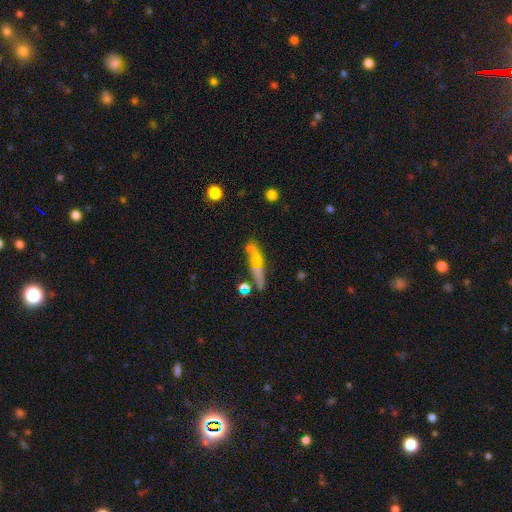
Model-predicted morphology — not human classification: A smooth galaxy with no disk features (53%) that is cigar-shaped (64%).

Vote fractions:
- Smooth or featured? smooth: 53% / featured or disk: 33% / star or artifact: 14%
- How rounded? cigar-shaped: 64% / in between: 29% / round: 7%
- Merging? none: 46% / merger: 24% / minor disturbance: 18% / major disturbance: 12%